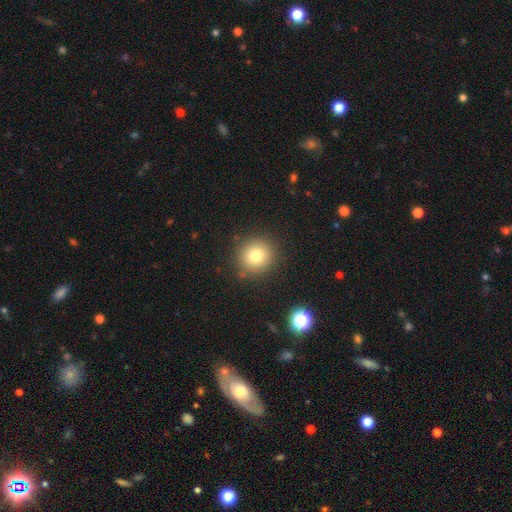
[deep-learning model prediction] smooth 78%, star or artifact 12%, featured or disk 9%. Down the decision tree: how rounded — round (92%); merging — none (87%).